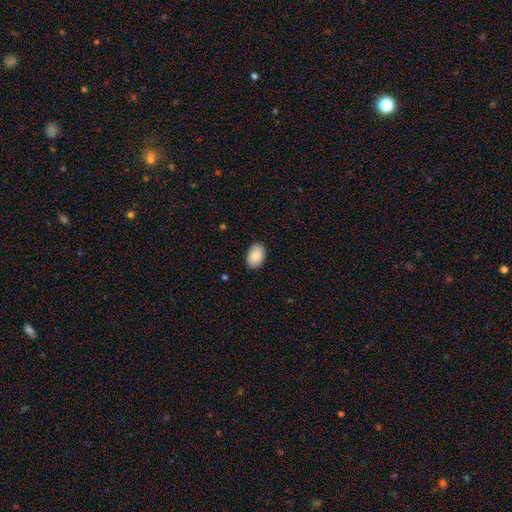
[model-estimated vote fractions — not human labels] Smooth or featured: smooth — 86% (featured or disk — 7%)
How rounded: in between — 84% (round — 15%)
Merging: none — 88% (minor disturbance — 9%)